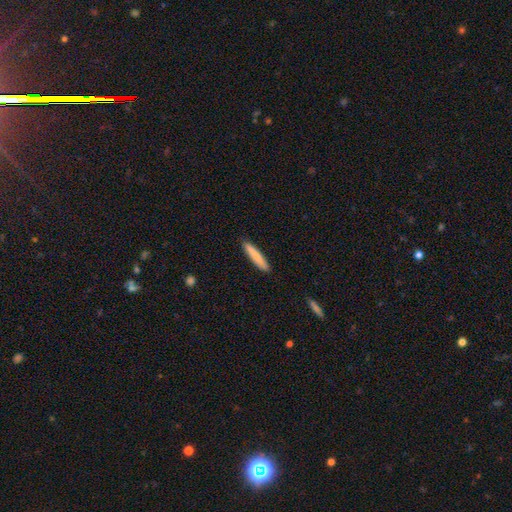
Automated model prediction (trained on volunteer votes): This is likely a smooth galaxy (80%). How rounded: clearly cigar-shaped (91%). Merging: clearly none (90%).